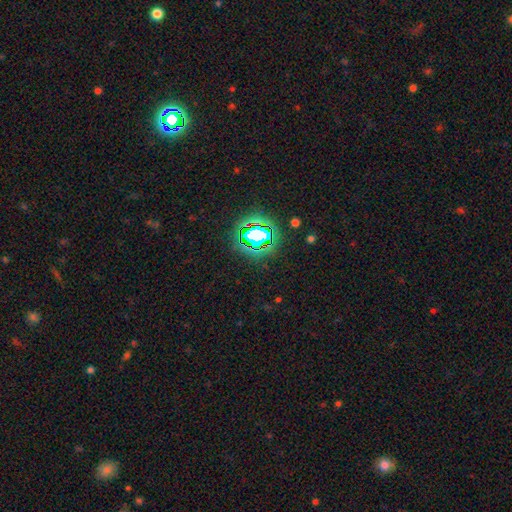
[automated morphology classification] smooth-or-featured: star or artifact: 79% | smooth: 14% | featured or disk: 7%